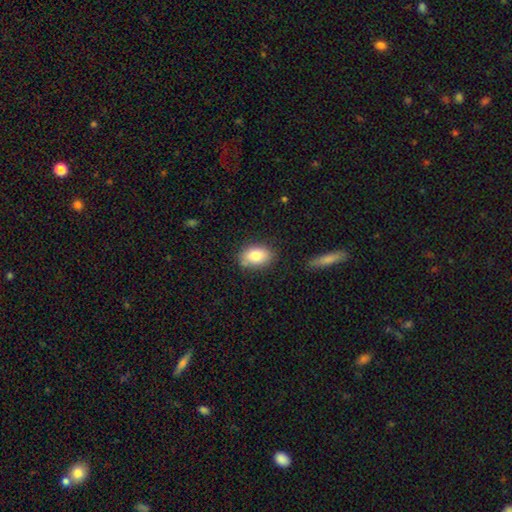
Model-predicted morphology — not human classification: A smooth galaxy with no disk features (82%) that is in between round and cigar-shaped (83%).

Vote fractions:
- Smooth or featured? smooth: 82% / featured or disk: 11% / star or artifact: 8%
- How rounded? in between: 83% / round: 16% / cigar-shaped: 2%
- Merging? none: 77% / minor disturbance: 16% / major disturbance: 4% / merger: 3%